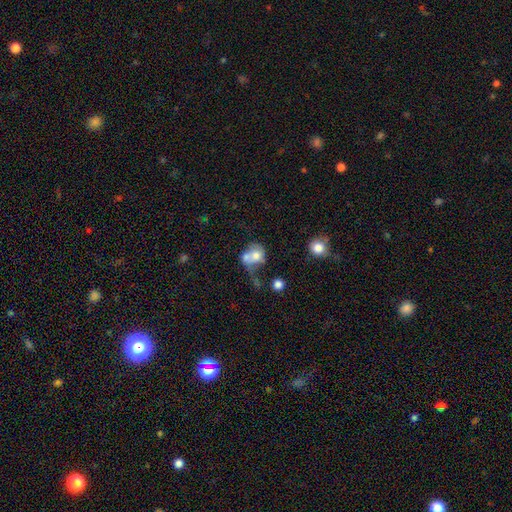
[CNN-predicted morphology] Smooth or featured? Predicted: smooth (p=0.63). How rounded? Predicted: round (p=0.61). Merging? Predicted: merger (p=0.55).